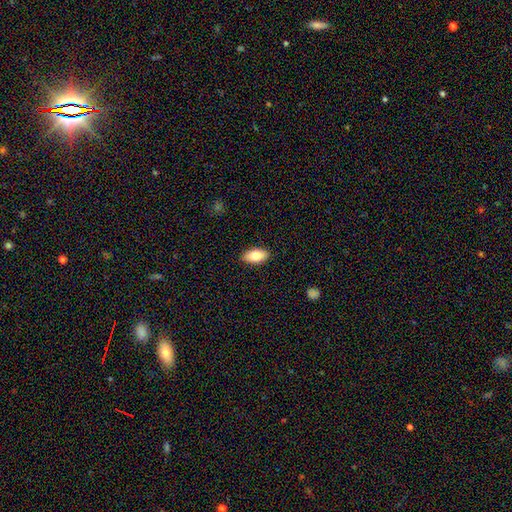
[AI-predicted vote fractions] smooth-or-featured: smooth: 78% | featured or disk: 15% | star or artifact: 7%
  how-rounded: in between: 91% | cigar-shaped: 5% | round: 4%
  merging: none: 89% | minor disturbance: 9% | major disturbance: 2% | merger: 1%